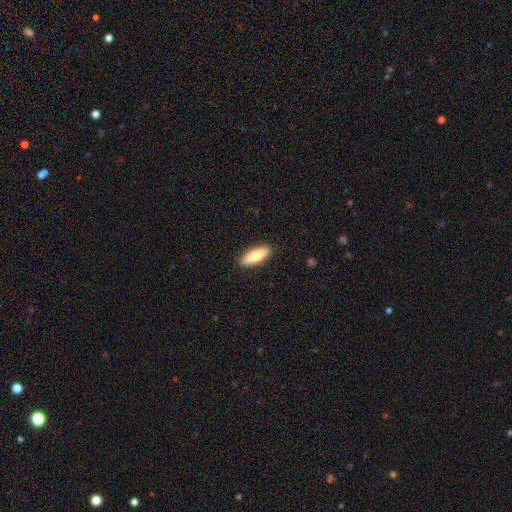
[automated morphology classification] type=smooth (77%); roundness=in between (70%); merging=none (88%).